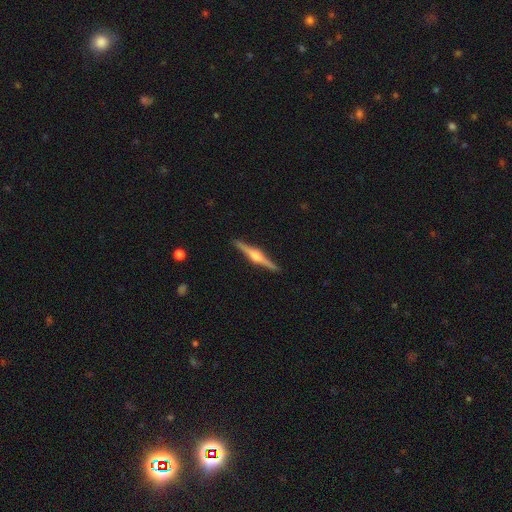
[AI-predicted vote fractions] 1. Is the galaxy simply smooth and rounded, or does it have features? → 83% featured or disk, 12% smooth, 5% star or artifact.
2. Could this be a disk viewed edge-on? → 99% yes, 1% no.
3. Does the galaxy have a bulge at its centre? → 93% rounded, 5% boxy, 2% none.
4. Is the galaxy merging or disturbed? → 92% none, 5% minor disturbance, 1% major disturbance, 1% merger.